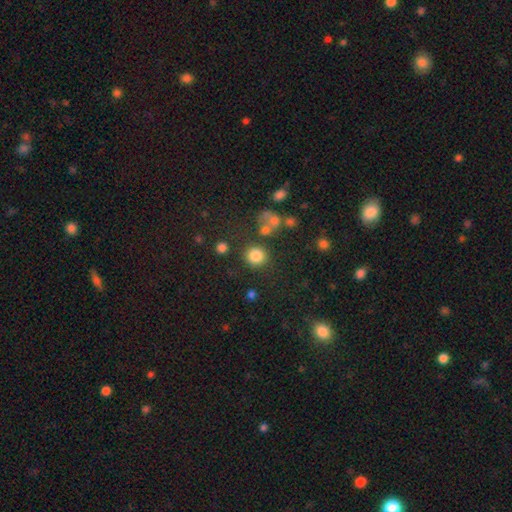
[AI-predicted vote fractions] smooth 81%, star or artifact 13%, featured or disk 6%. Down the decision tree: how rounded — round (90%); merging — none (80%).